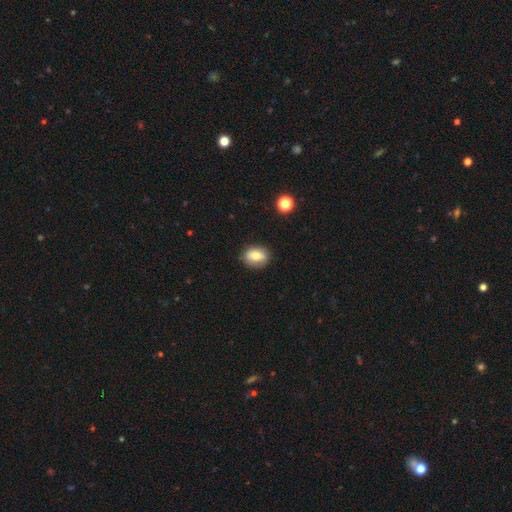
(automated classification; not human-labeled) Smooth or featured?
  - smooth: 74% *
  - featured or disk: 17%
  - star or artifact: 9%
How rounded?
  - in between: 59% *
  - round: 39%
  - cigar-shaped: 1%
Merging?
  - none: 86% *
  - minor disturbance: 10%
  - major disturbance: 2%
  - merger: 1%